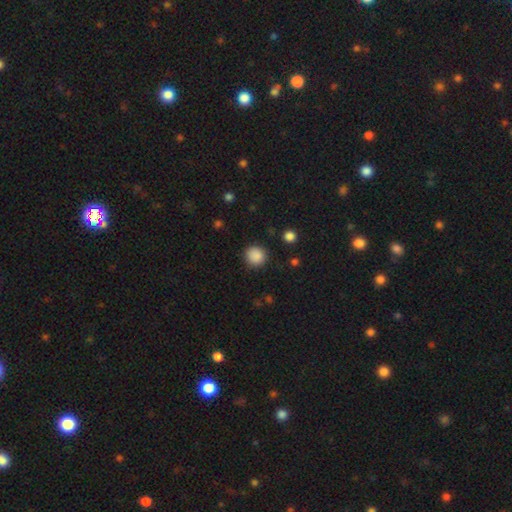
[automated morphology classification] smooth-or-featured: smooth: 88% | star or artifact: 9% | featured or disk: 3%
  how-rounded: round: 92% | in between: 7% | cigar-shaped: 1%
  merging: none: 89% | minor disturbance: 7% | major disturbance: 3% | merger: 1%